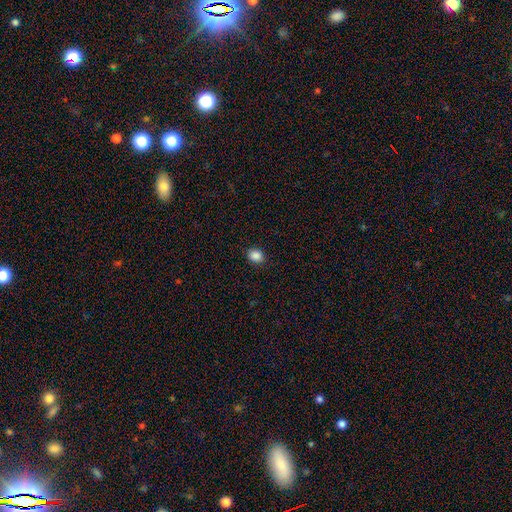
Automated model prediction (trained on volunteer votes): Smooth or featured: smooth — 88% (star or artifact — 10%)
How rounded: round — 56% (in between — 43%)
Merging: none — 90% (minor disturbance — 7%)